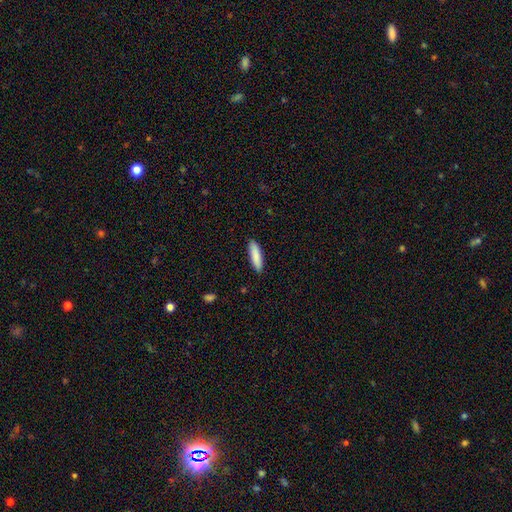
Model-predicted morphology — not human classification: Q: Smooth or featured?
A: smooth (88%); runner-up: featured or disk (7%)
Q: How rounded?
A: cigar-shaped (66%); runner-up: in between (32%)
Q: Merging?
A: none (90%); runner-up: minor disturbance (7%)